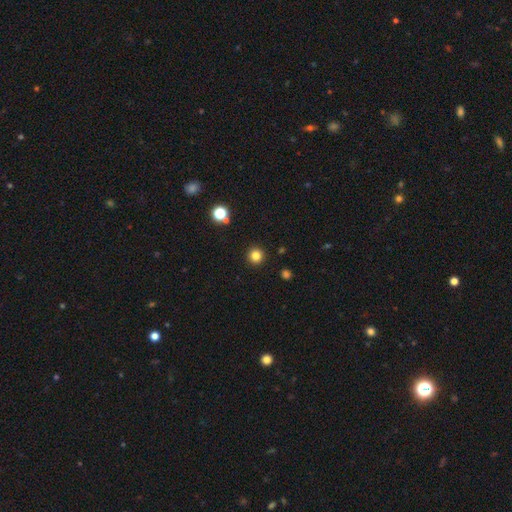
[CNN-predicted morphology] Smooth or featured: smooth — 82% (star or artifact — 14%)
How rounded: round — 95% (in between — 4%)
Merging: none — 92% (minor disturbance — 4%)